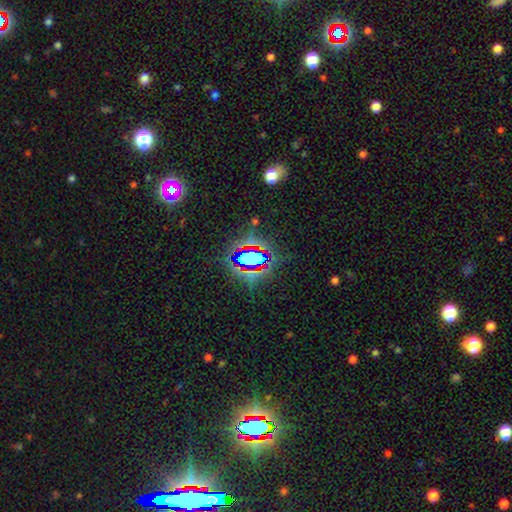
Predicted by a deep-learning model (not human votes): Smooth or featured?
  - star or artifact: 68% *
  - smooth: 20%
  - featured or disk: 12%